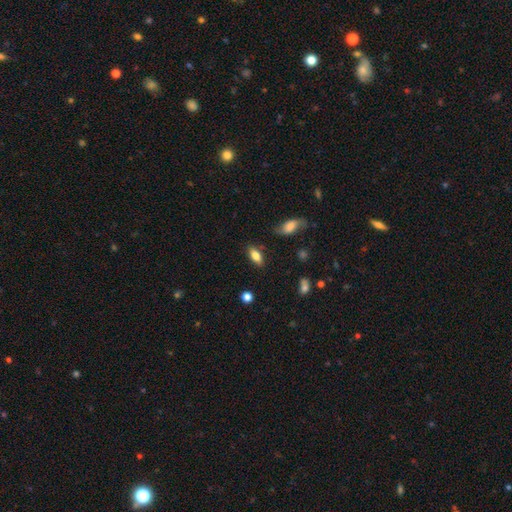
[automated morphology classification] Q: Smooth or featured?
A: smooth (74%); runner-up: featured or disk (19%)
Q: How rounded?
A: in between (81%); runner-up: cigar-shaped (16%)
Q: Merging?
A: none (81%); runner-up: minor disturbance (13%)